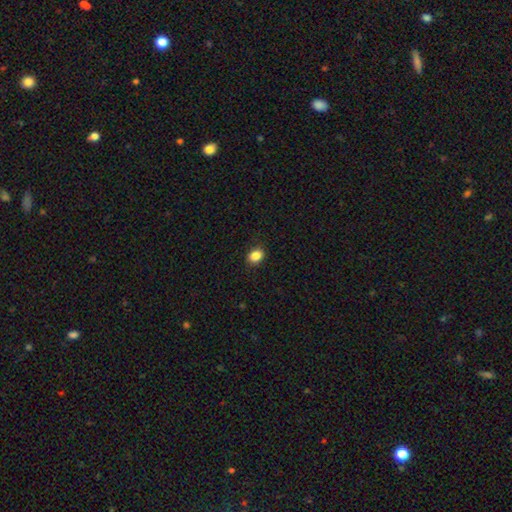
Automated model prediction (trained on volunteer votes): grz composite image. It shows a smooth galaxy with no disk features (87%) that is in between round and cigar-shaped (59%). Merging: none (89%).